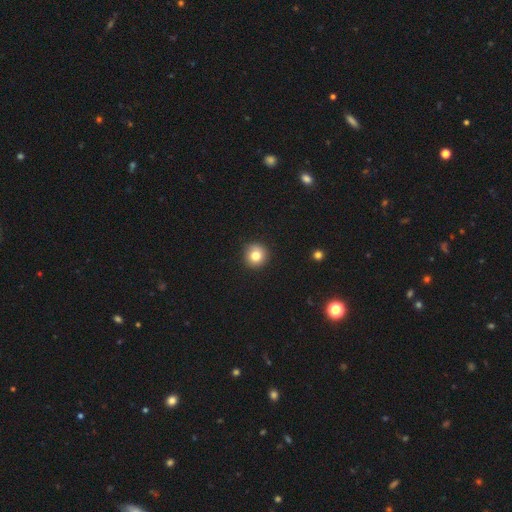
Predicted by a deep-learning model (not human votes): smooth_or_featured: smooth (p=0.82) [alt: star or artifact p=0.10]
how_rounded: round (p=0.94) [alt: in between p=0.05]
merging: none (p=0.91) [alt: minor disturbance p=0.06]